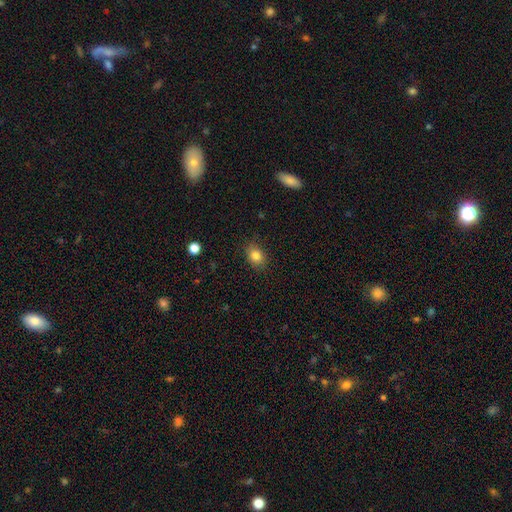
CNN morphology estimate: Overall: smooth (82%). How rounded: in between (62%; round 36%). Merging: none (84%).